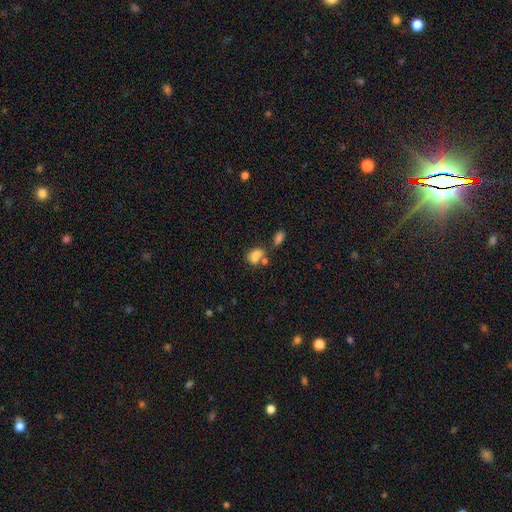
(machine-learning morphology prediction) The model was most divided on "merging": merger: 44%, none: 34%, minor disturbance: 14%, major disturbance: 9%. More confident: how rounded — in between (79%); smooth or featured — smooth (77%).